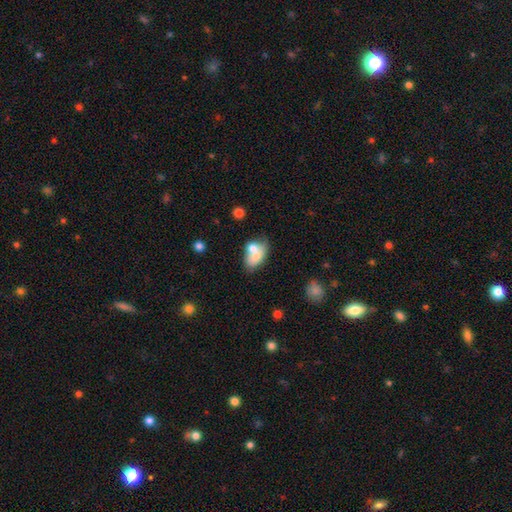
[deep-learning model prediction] smooth_or_featured: smooth (p=0.71) [alt: featured or disk p=0.21]
how_rounded: in between (p=0.85) [alt: round p=0.13]
merging: merger (p=0.44) [alt: none p=0.34]